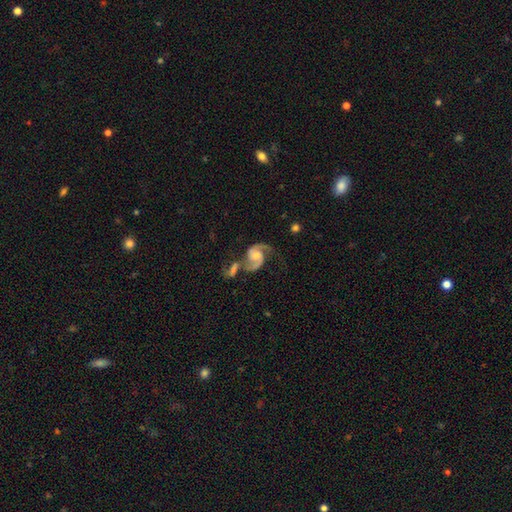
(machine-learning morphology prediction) Smooth or featured? featured or disk (90%)
Edge-on disk? no (98%)
Bar? no (55%)
Spiral arms? yes (98%)
Spiral winding? medium (54%)
Spiral arm count? 2 (92%)
Bulge size? moderate (54%)
Merging? none (40%)